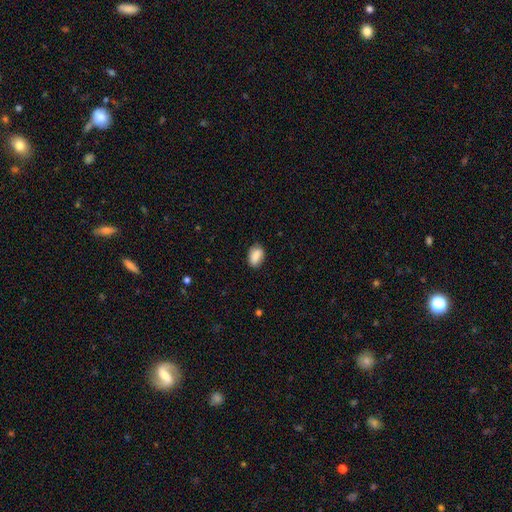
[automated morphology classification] Overall: smooth (85%). How rounded: in between (88%). Merging: none (81%).